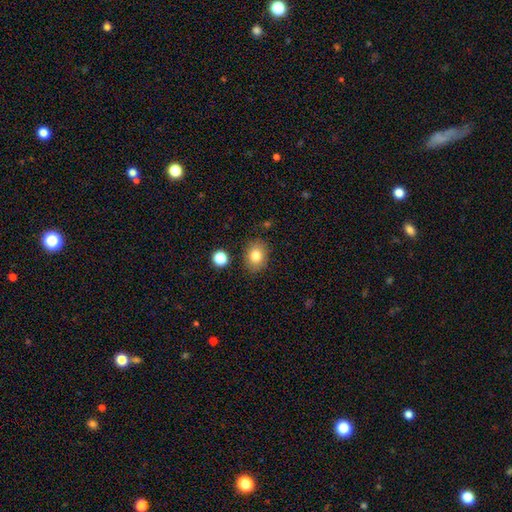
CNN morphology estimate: The model was most divided on "how rounded": in between: 52%, round: 47%, cigar-shaped: 1%. More confident: merging — none (83%); smooth or featured — smooth (81%).